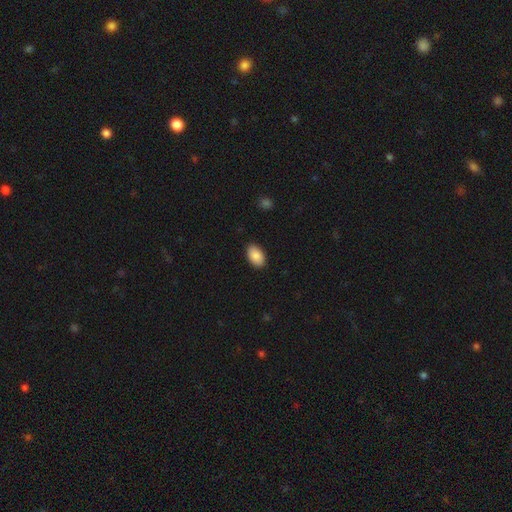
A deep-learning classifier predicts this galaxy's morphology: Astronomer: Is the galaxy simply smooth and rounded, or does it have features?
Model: smooth — 88%.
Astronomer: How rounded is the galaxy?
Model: in between — 93%.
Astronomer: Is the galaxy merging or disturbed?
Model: none — 89%.